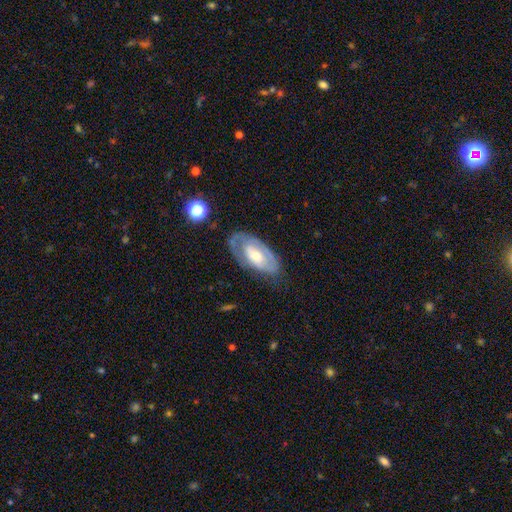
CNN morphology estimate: Smooth or featured: featured or disk — 64% (smooth — 29%)
Edge-on disk: no — 91% (yes — 9%)
Bar: no — 58% (weak — 32%)
Spiral arms: yes — 63% (no — 37%)
Bulge size: moderate — 53% (small — 38%)
Merging: none — 61% (minor disturbance — 25%)